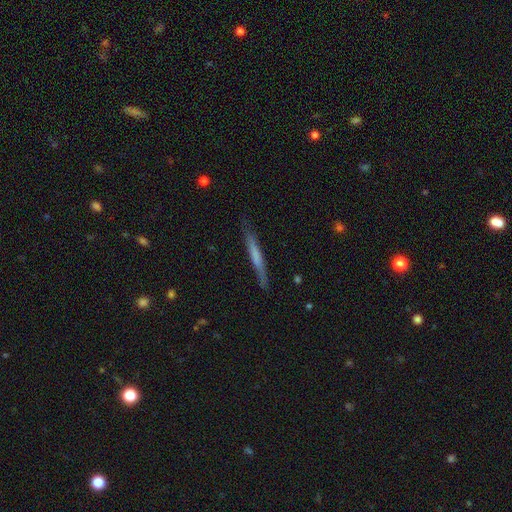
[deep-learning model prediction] smooth_or_featured: smooth (p=0.51) [alt: featured or disk p=0.43]
how_rounded: cigar-shaped (p=0.96) [alt: in between p=0.03]
merging: none (p=0.80) [alt: minor disturbance p=0.15]